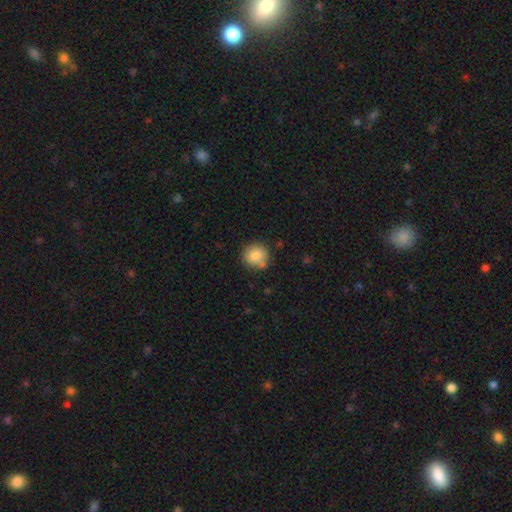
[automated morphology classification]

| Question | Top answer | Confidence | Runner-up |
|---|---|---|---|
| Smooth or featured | smooth | 83% | featured or disk (9%) |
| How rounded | round | 89% | in between (10%) |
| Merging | none | 76% | minor disturbance (13%) |